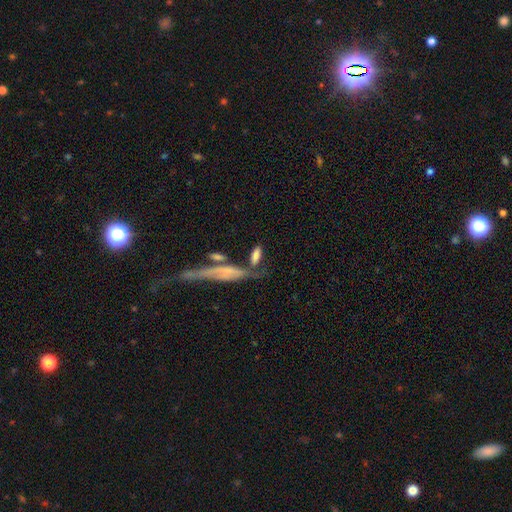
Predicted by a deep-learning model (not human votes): Morphology: type=smooth (72%); roundness=in between (56%); merging=none (46%).